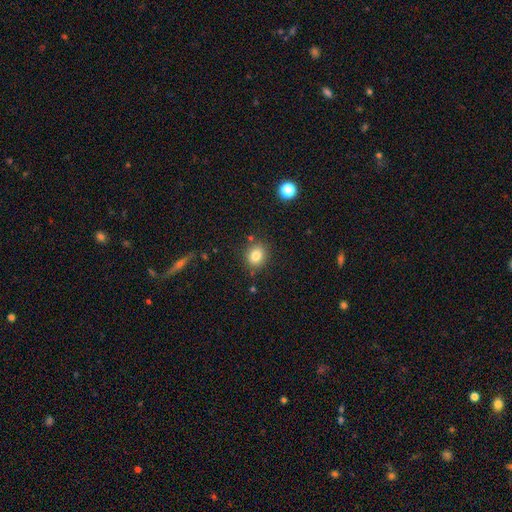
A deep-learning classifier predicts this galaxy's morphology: smooth-or-featured: smooth: 82% | star or artifact: 11% | featured or disk: 7%
  how-rounded: round: 68% | in between: 31% | cigar-shaped: 1%
  merging: none: 83% | minor disturbance: 11% | merger: 3% | major disturbance: 3%